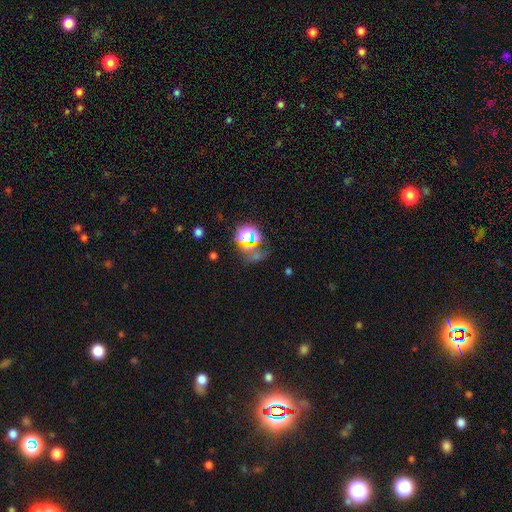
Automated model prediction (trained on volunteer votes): Smooth or featured? Predicted: star or artifact (p=0.65).